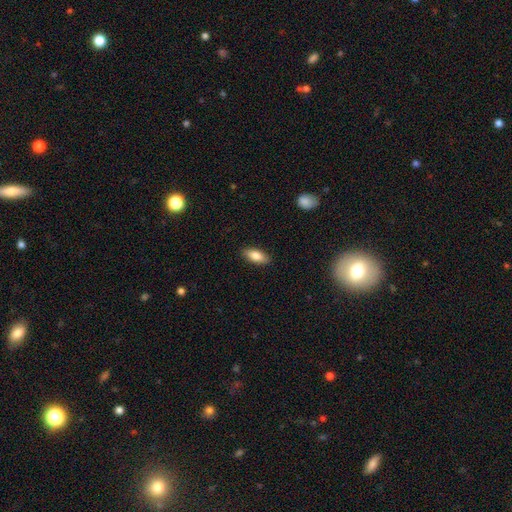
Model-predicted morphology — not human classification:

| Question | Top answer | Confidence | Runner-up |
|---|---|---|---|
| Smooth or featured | smooth | 83% | featured or disk (10%) |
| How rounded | in between | 83% | cigar-shaped (15%) |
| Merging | none | 88% | minor disturbance (9%) |